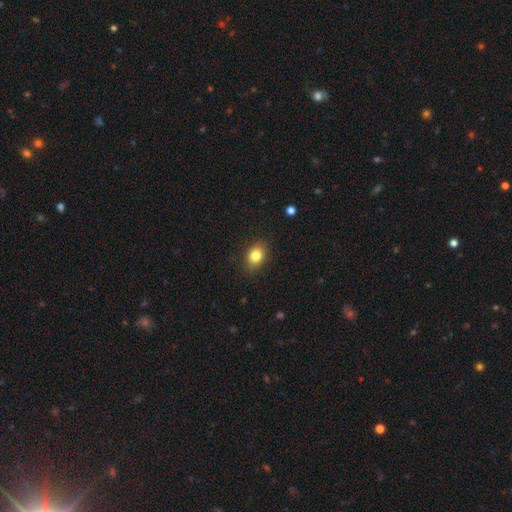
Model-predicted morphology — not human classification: smooth_or_featured: smooth (p=0.82) [alt: star or artifact p=0.10]
how_rounded: in between (p=0.67) [alt: round p=0.31]
merging: none (p=0.87) [alt: minor disturbance p=0.10]